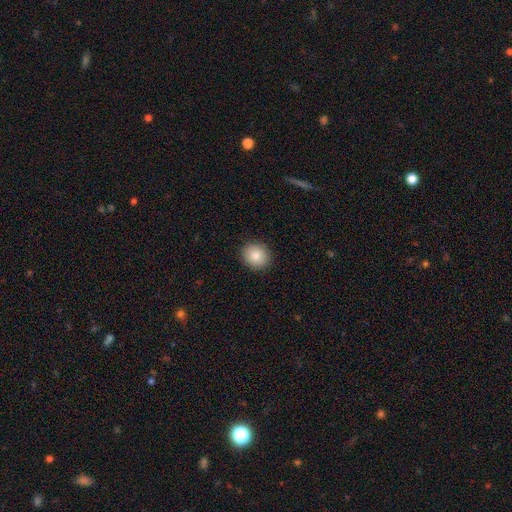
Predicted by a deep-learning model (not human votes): A smooth galaxy with no disk features (82%) that is round (79%).

Vote fractions:
- Smooth or featured? smooth: 82% / star or artifact: 9% / featured or disk: 9%
- How rounded? round: 79% / in between: 20% / cigar-shaped: 1%
- Merging? none: 91% / minor disturbance: 6% / major disturbance: 2% / merger: 1%